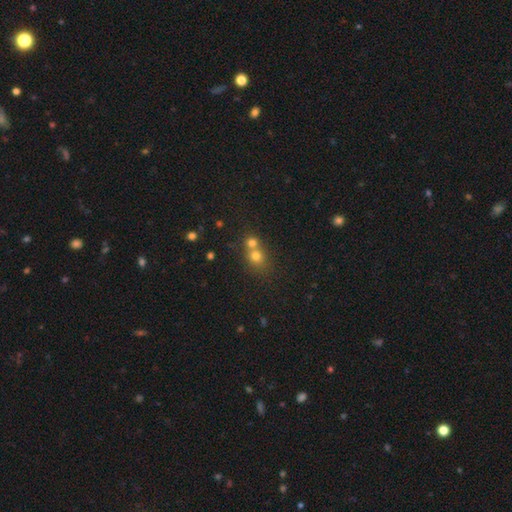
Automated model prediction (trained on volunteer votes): Smooth or featured: smooth — 71% (star or artifact — 17%)
How rounded: round — 80% (in between — 19%)
Merging: merger — 55% (none — 37%)